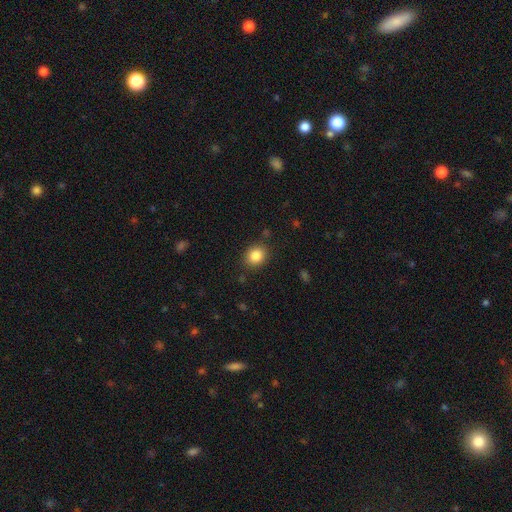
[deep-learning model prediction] Morphology: type=smooth (84%); roundness=round (64%); merging=none (87%).